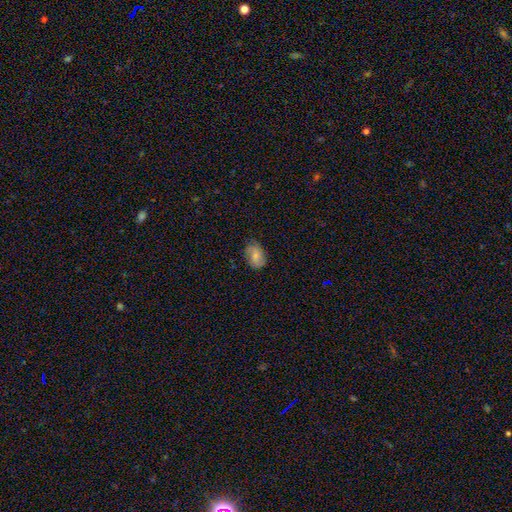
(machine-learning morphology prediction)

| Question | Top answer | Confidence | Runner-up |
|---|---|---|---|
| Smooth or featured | smooth | 74% | featured or disk (18%) |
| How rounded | in between | 81% | round (18%) |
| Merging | none | 71% | minor disturbance (23%) |